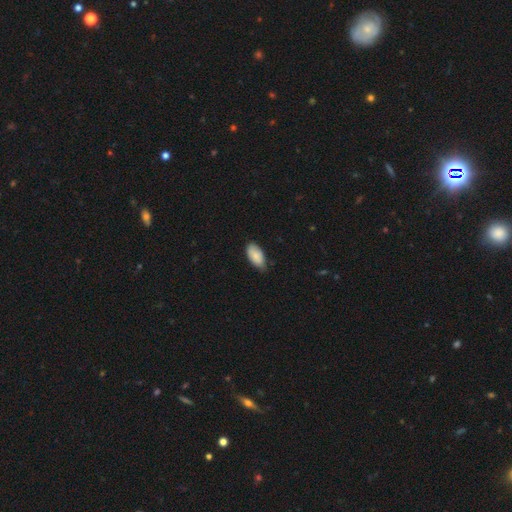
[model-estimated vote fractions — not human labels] This is clearly a smooth galaxy (86%). How rounded: clearly in between (93%). Merging: likely none (62%).